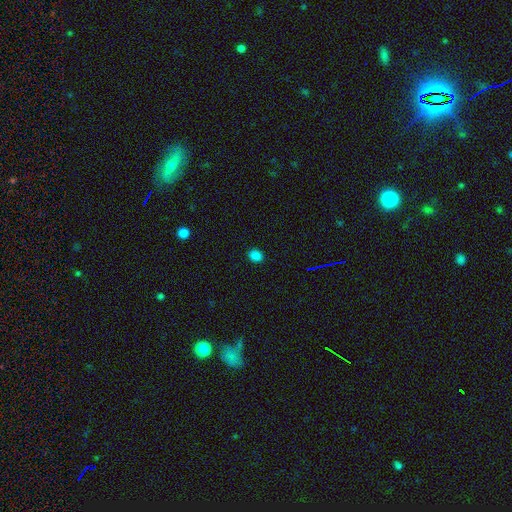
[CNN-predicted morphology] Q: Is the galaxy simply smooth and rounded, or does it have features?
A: smooth — 83%.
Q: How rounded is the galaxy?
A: round — 59%.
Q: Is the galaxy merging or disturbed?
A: none — 90%.